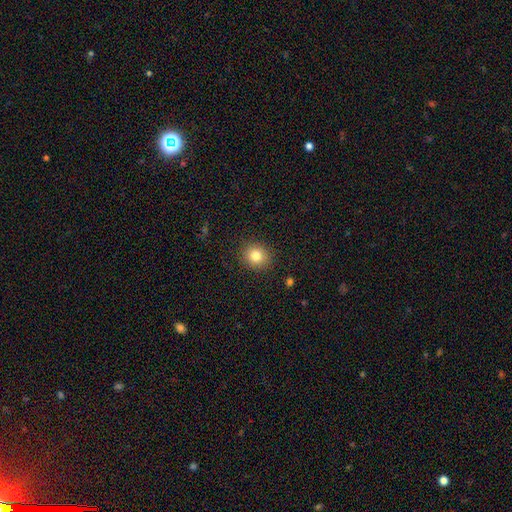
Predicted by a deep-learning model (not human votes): A smooth galaxy with no disk features (82%) that is round (81%).

Vote fractions:
- Smooth or featured? smooth: 82% / star or artifact: 11% / featured or disk: 8%
- How rounded? round: 81% / in between: 19% / cigar-shaped: 1%
- Merging? none: 89% / minor disturbance: 7% / major disturbance: 2% / merger: 1%